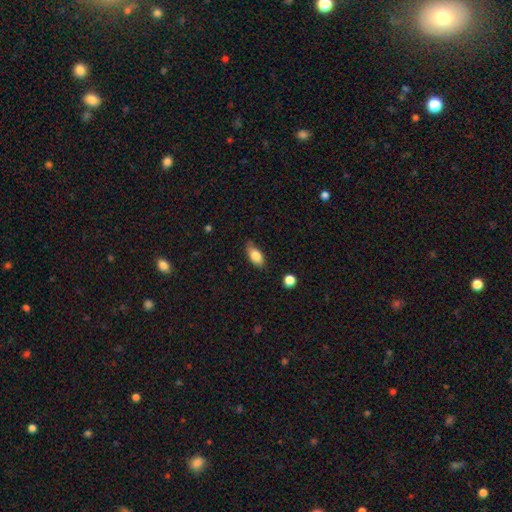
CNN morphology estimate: Smooth or featured? smooth (81%)
How rounded? in between (88%)
Merging? none (77%)